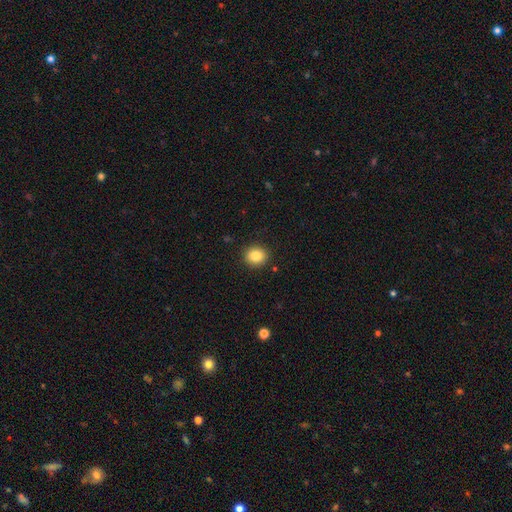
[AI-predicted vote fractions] smooth_or_featured: smooth (p=0.84) [alt: star or artifact p=0.10]
how_rounded: round (p=0.82) [alt: in between p=0.18]
merging: none (p=0.90) [alt: minor disturbance p=0.06]